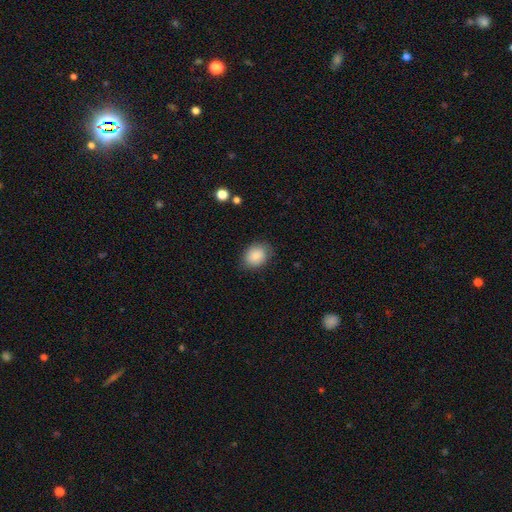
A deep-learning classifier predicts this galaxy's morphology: smooth-or-featured: smooth: 87% | star or artifact: 7% | featured or disk: 6%
  how-rounded: in between: 59% | round: 40% | cigar-shaped: 1%
  merging: none: 78% | minor disturbance: 17% | major disturbance: 4% | merger: 1%